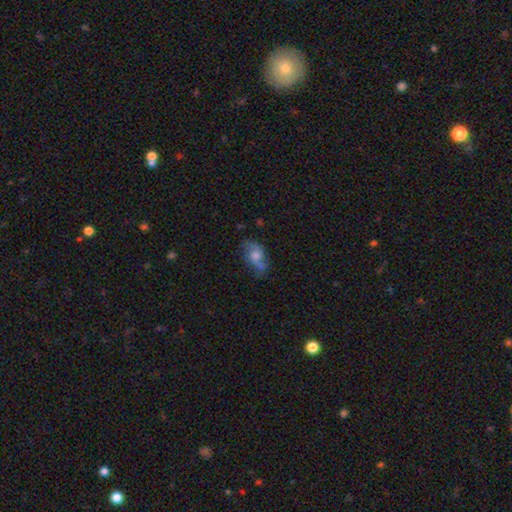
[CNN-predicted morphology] featured or disk 47%, smooth 40%, star or artifact 13%. Down the decision tree: merging — none (54%).